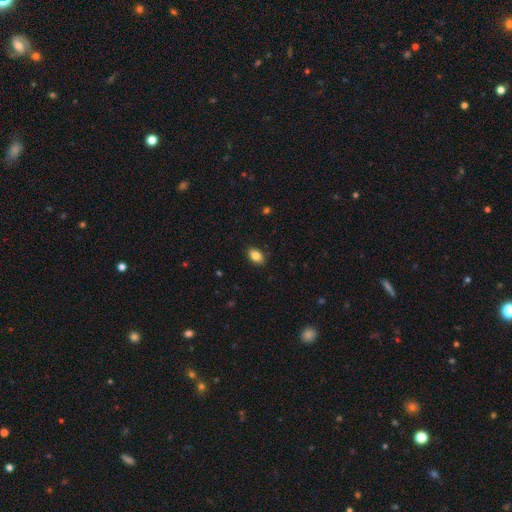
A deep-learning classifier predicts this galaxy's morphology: type=smooth (85%); roundness=in between (87%); merging=none (88%).